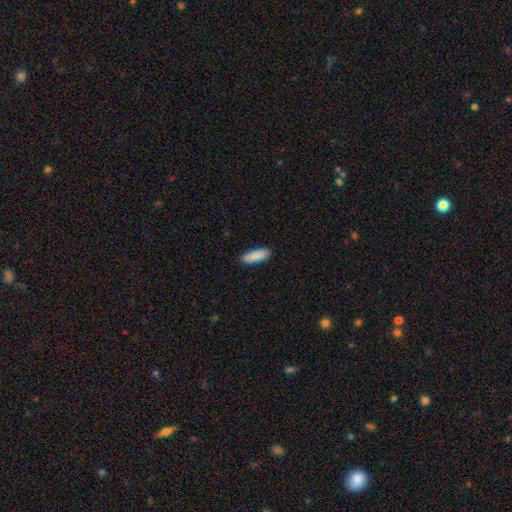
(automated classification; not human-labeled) Morphology: type=smooth (90%); roundness=in between (56%); merging=none (89%).